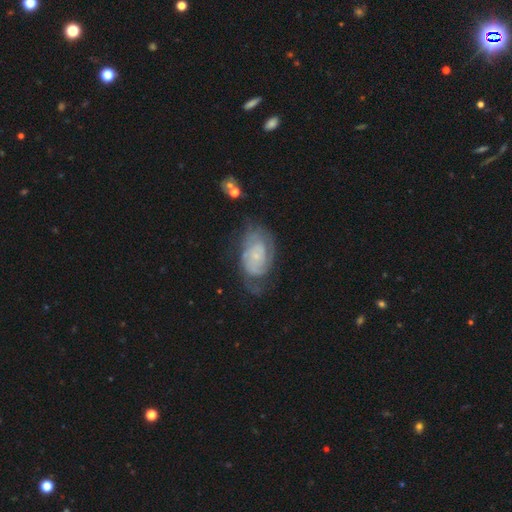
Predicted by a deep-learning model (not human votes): A featured or disk galaxy (74%) with no bar (73%), can't tell (38%, tied with 2) tight (56%) spiral arms (89%) and a small central bulge (74%).

Vote fractions:
- Smooth or featured? featured or disk: 74% / smooth: 19% / star or artifact: 7%
- Edge-on disk? no: 97% / yes: 3%
- Bar? no: 73% / weak: 23% / strong: 4%
- Spiral arms? yes: 89% / no: 11%
- Spiral winding? tight: 56% / medium: 32% / loose: 11%
- Spiral arm count? can't tell: 38% (tied) / 2: 38% (tied) / 3: 11% / 1: 5% / 4: 4% / more than 4: 4%
- Bulge size? small: 74% / moderate: 12% / none: 10% / large: 2% / dominant: 1%
- Merging? none: 52% / minor disturbance: 26% / major disturbance: 19% / merger: 3%